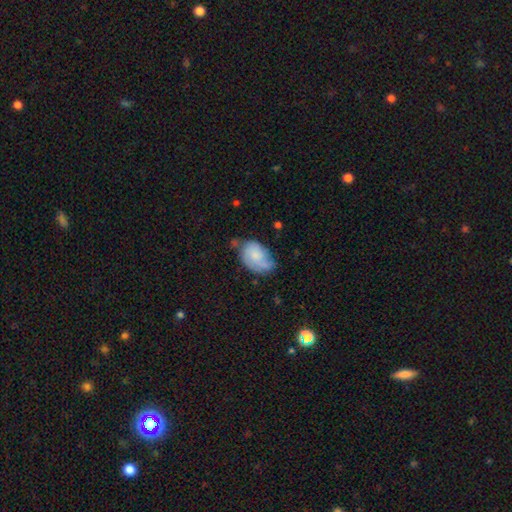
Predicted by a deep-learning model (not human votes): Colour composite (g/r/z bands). It shows a smooth galaxy with no disk features (59%) that is in between round and cigar-shaped (84%). Merging: none (45%).